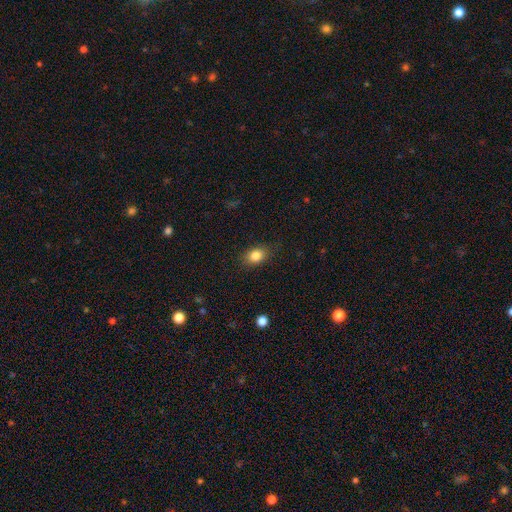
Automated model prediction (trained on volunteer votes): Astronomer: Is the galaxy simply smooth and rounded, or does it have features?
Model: smooth — 85%.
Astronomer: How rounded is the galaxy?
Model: in between — 71%.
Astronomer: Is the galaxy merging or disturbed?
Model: none — 83%.